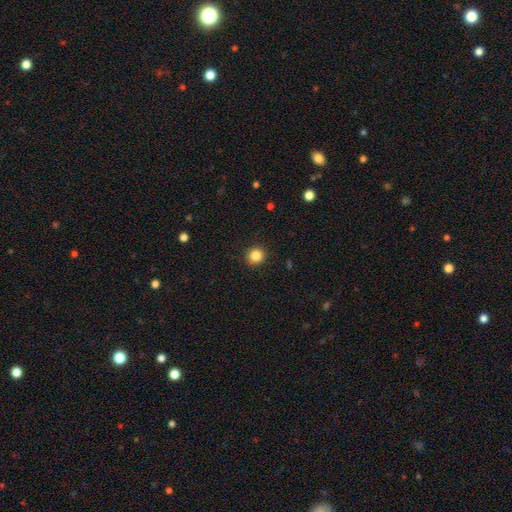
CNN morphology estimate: smooth_or_featured: smooth (p=0.85) [alt: star or artifact p=0.11]
how_rounded: round (p=0.91) [alt: in between p=0.08]
merging: none (p=0.92) [alt: minor disturbance p=0.06]